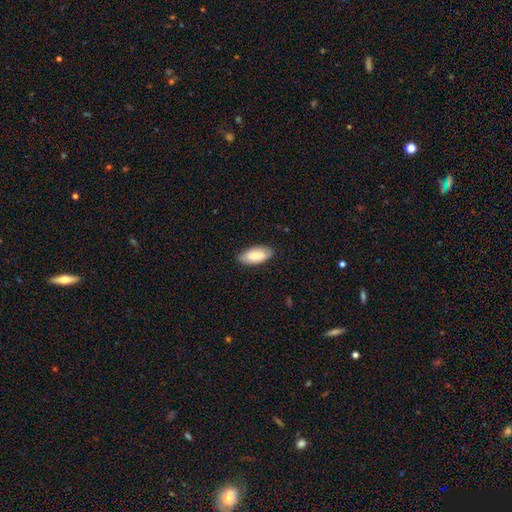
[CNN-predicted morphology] smooth 74%, featured or disk 20%, star or artifact 6%. Down the decision tree: how rounded — in between (92%); merging — none (84%).